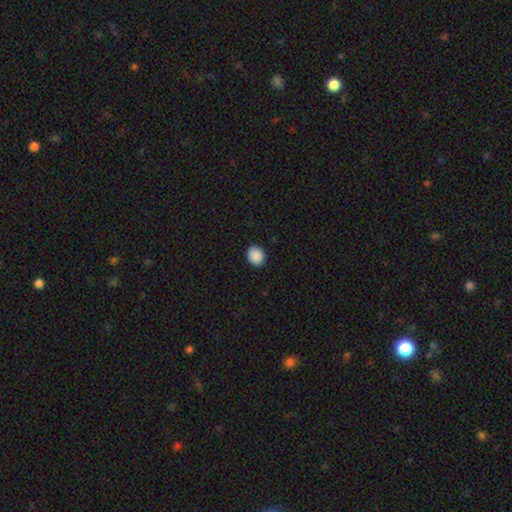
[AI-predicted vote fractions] This is clearly a smooth galaxy (90%). How rounded: likely round (68%). Merging: clearly none (91%).